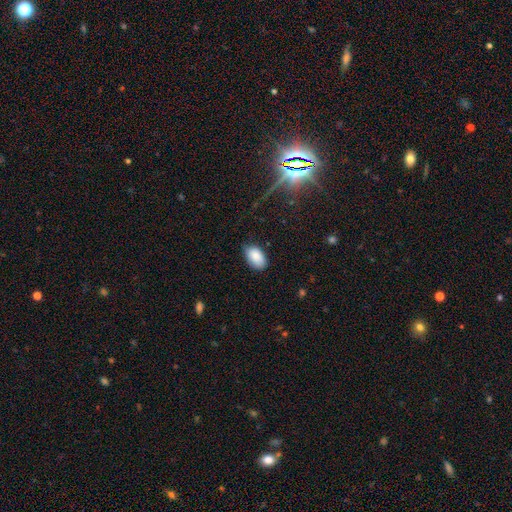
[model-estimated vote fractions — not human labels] smooth_or_featured: smooth (p=0.82) [alt: featured or disk p=0.10]
how_rounded: in between (p=0.92) [alt: round p=0.07]
merging: none (p=0.74) [alt: minor disturbance p=0.21]